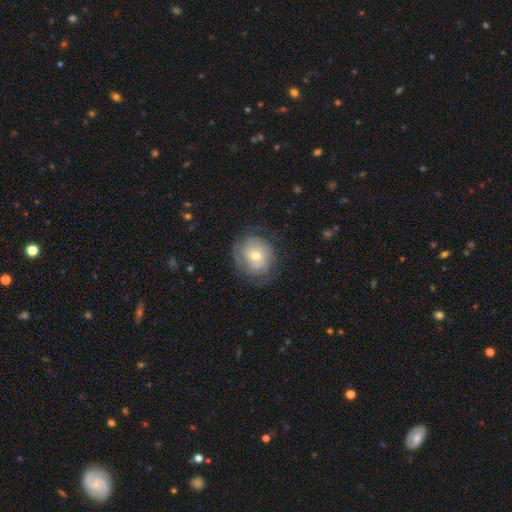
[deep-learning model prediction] Q: Smooth or featured?
A: featured or disk (59%); runner-up: smooth (33%)
Q: Edge-on disk?
A: no (96%); runner-up: yes (4%)
Q: Bar?
A: no (75%); runner-up: weak (21%)
Q: Spiral arms?
A: yes (75%); runner-up: no (25%)
Q: Bulge size?
A: moderate (55%); runner-up: small (39%)
Q: Merging?
A: none (68%); runner-up: minor disturbance (19%)